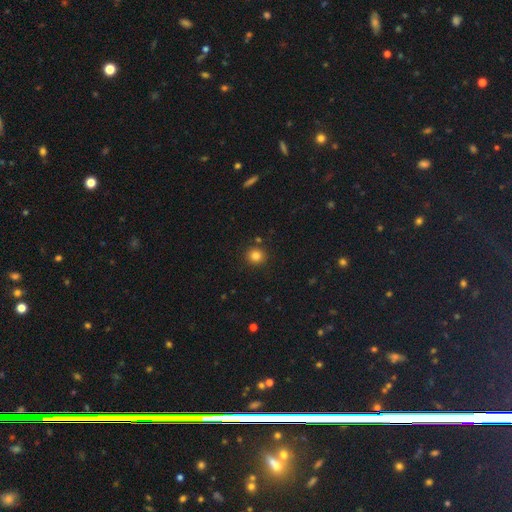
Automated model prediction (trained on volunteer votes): This is clearly a smooth galaxy (83%). How rounded: clearly round (89%). Merging: clearly none (88%).